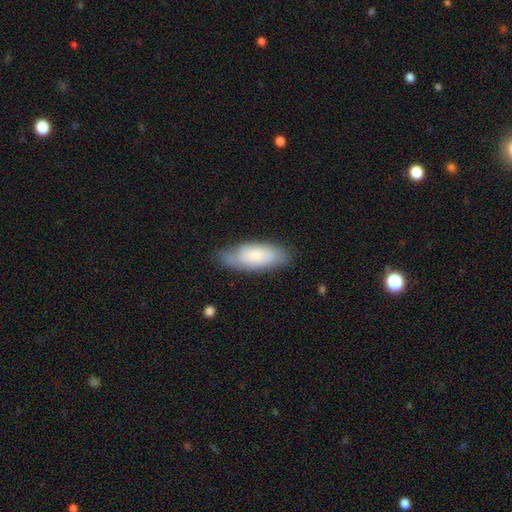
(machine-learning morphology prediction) Smooth or featured? Predicted: smooth (p=0.68). How rounded? Predicted: in between (p=0.79). Merging? Predicted: none (p=0.71).